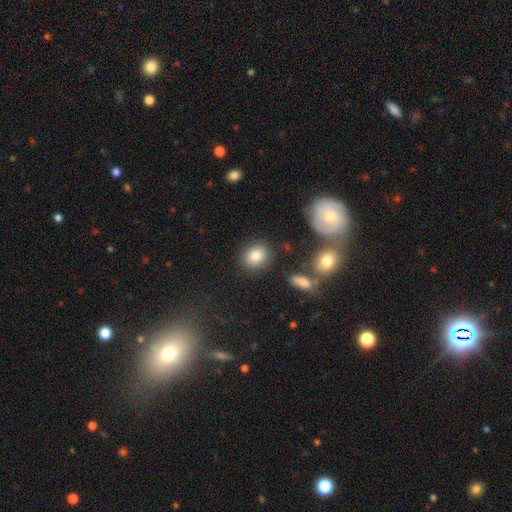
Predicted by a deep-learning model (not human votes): Morphology: type=smooth (83%); roundness=round (56%); merging=none (82%).